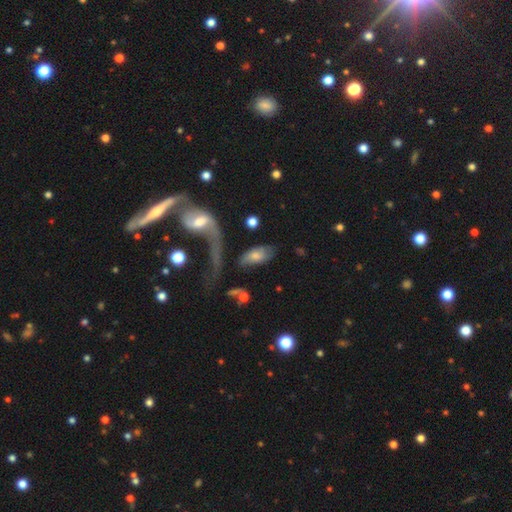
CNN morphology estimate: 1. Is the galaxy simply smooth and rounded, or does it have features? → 58% smooth, 34% featured or disk, 8% star or artifact.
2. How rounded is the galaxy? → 89% in between, 7% cigar-shaped, 4% round.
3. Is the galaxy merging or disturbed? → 48% none, 21% minor disturbance, 18% major disturbance, 12% merger.